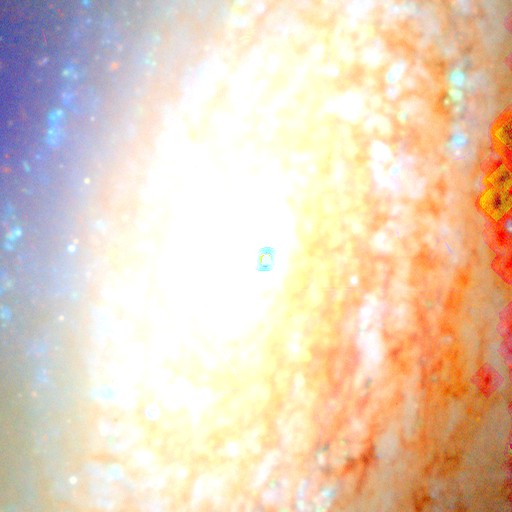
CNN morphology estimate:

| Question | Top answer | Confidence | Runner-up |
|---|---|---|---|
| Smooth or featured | star or artifact | 43% | featured or disk (42%) |